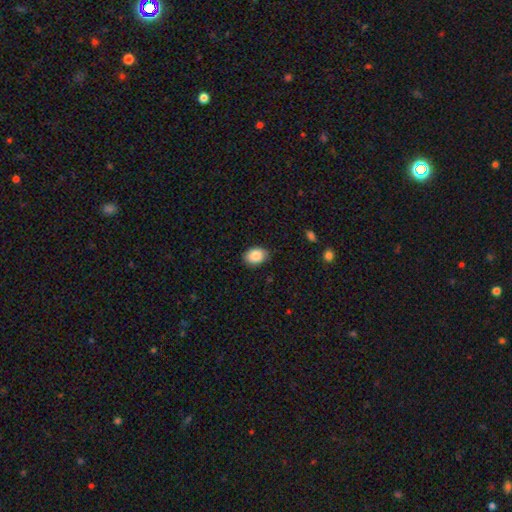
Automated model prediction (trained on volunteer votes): Q: Smooth or featured?
A: smooth (87%); runner-up: star or artifact (7%)
Q: How rounded?
A: in between (74%); runner-up: round (25%)
Q: Merging?
A: none (84%); runner-up: minor disturbance (13%)